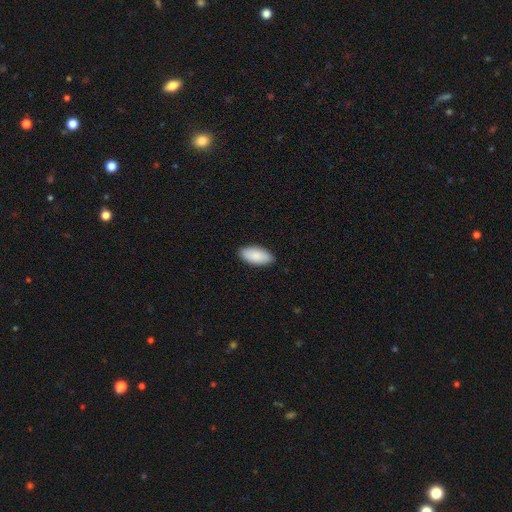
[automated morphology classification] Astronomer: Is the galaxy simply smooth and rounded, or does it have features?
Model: smooth — 89%.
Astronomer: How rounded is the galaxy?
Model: in between — 93%.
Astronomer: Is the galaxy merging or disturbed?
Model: none — 89%.